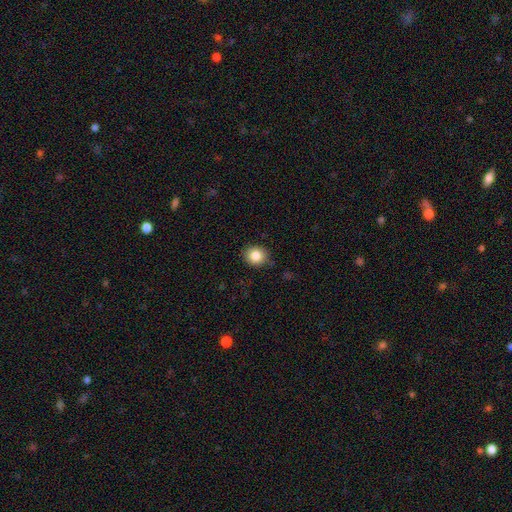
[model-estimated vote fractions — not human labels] Morphology: type=smooth (85%); roundness=round (82%); merging=none (88%).